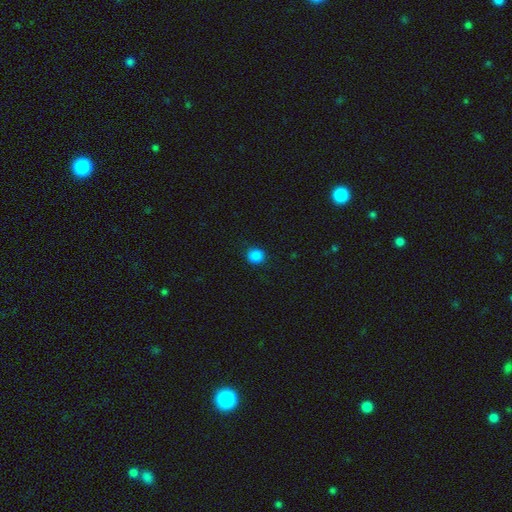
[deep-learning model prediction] smooth_or_featured: smooth (p=0.87) [alt: star or artifact p=0.11]
how_rounded: round (p=0.89) [alt: in between p=0.10]
merging: none (p=0.91) [alt: minor disturbance p=0.06]